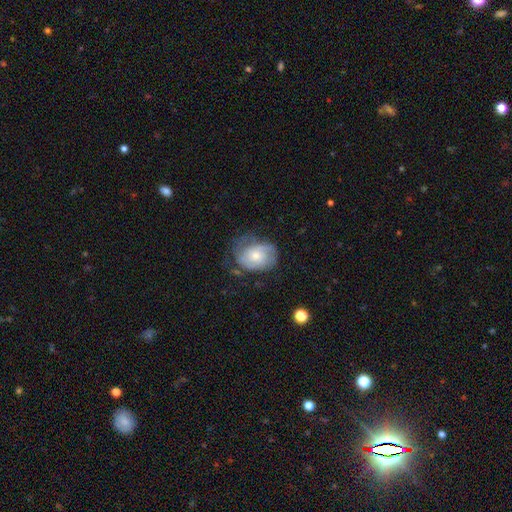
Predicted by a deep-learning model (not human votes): Smooth or featured? featured or disk (59%)
Edge-on disk? no (97%)
Bar? no (76%)
Spiral arms? yes (80%)
Bulge size? moderate (46%, tied with small)
Merging? none (49%)